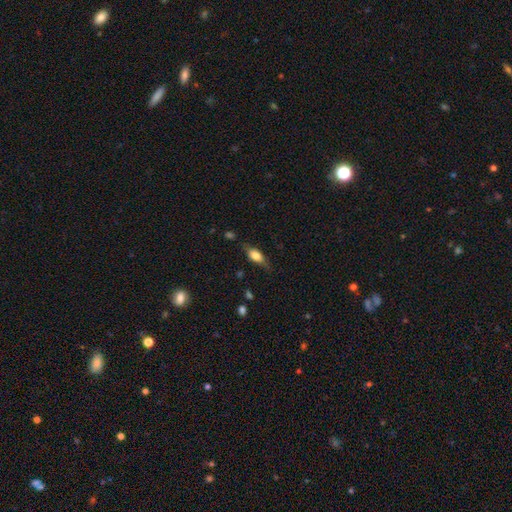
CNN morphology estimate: A smooth galaxy with no disk features (63%) that is in between round and cigar-shaped (74%).

Vote fractions:
- Smooth or featured? smooth: 63% / featured or disk: 30% / star or artifact: 8%
- How rounded? in between: 74% / cigar-shaped: 21% / round: 5%
- Merging? none: 66% / minor disturbance: 25% / major disturbance: 7% / merger: 2%